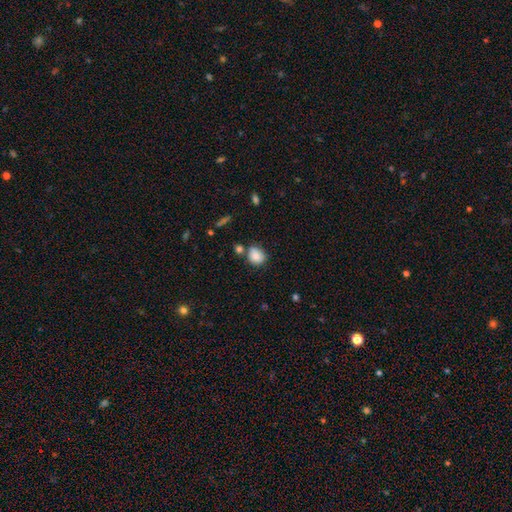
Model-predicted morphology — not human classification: Overall: smooth (84%). How rounded: round (63%; in between 36%). Merging: none (62%).